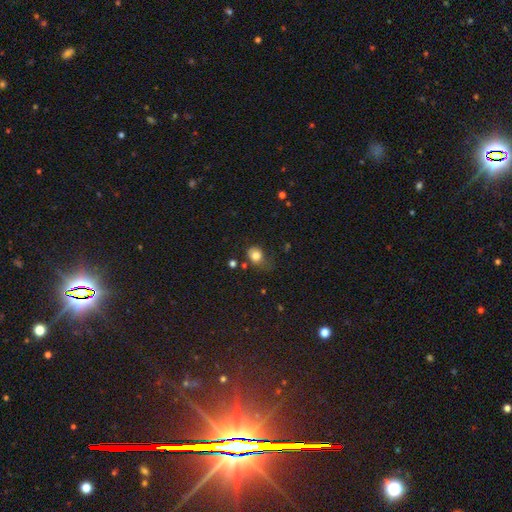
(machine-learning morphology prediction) type=smooth (81%); roundness=round (51%); merging=none (44%).